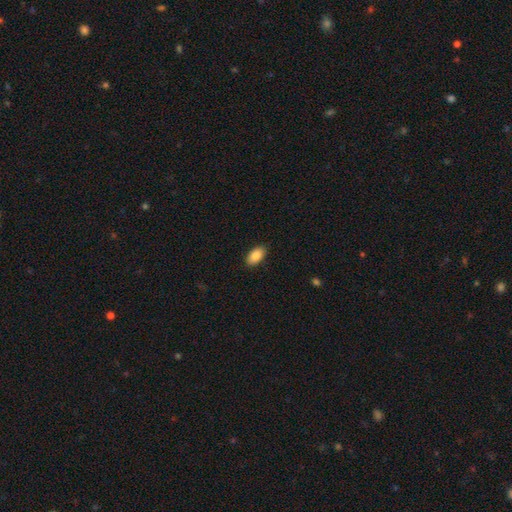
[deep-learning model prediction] Q: Smooth or featured?
A: smooth (88%); runner-up: star or artifact (7%)
Q: How rounded?
A: in between (94%); runner-up: round (3%)
Q: Merging?
A: none (89%); runner-up: minor disturbance (8%)